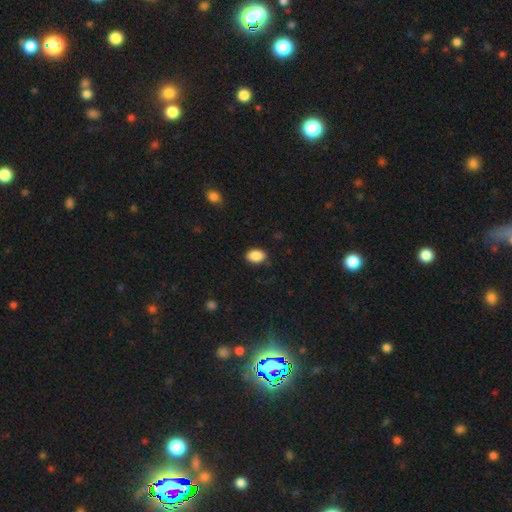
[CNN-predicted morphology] type=smooth (89%); roundness=in between (83%); merging=none (85%).